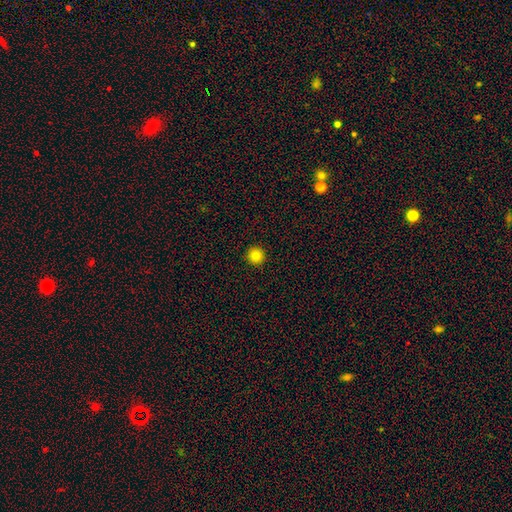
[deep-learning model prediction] Smooth or featured? Predicted: smooth (p=0.82). How rounded? Predicted: round (p=0.96). Merging? Predicted: none (p=0.94).